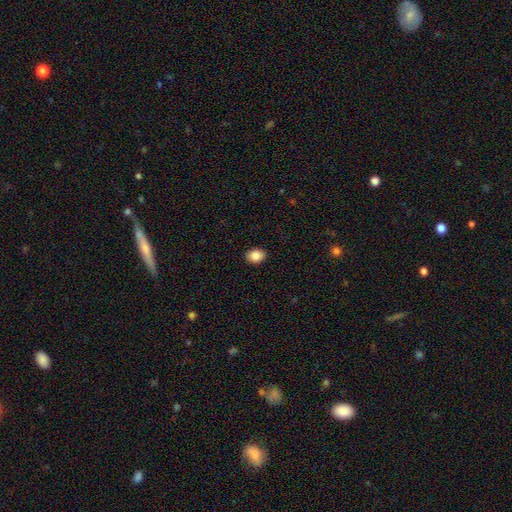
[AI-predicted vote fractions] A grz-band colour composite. It shows a smooth galaxy with no disk features (86%) that is in between round and cigar-shaped (58%). Merging: none (91%).